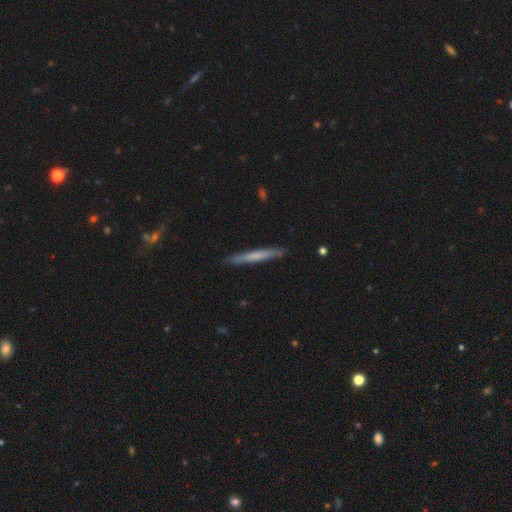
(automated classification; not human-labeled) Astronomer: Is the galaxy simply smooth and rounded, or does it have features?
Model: smooth — 55% (runner-up: featured or disk, 40%).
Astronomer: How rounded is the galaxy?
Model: cigar-shaped — 96%.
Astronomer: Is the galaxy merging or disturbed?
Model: none — 89%.